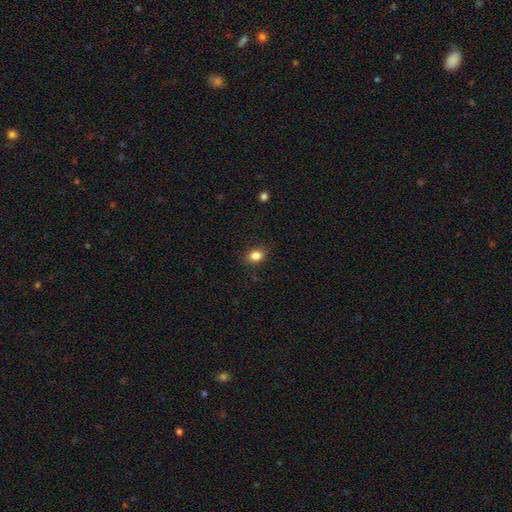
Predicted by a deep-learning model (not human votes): Smooth or featured?
  - smooth: 85% *
  - star or artifact: 10%
  - featured or disk: 5%
How rounded?
  - in between: 61% *
  - round: 37%
  - cigar-shaped: 1%
Merging?
  - none: 82% *
  - minor disturbance: 14%
  - major disturbance: 3%
  - merger: 1%